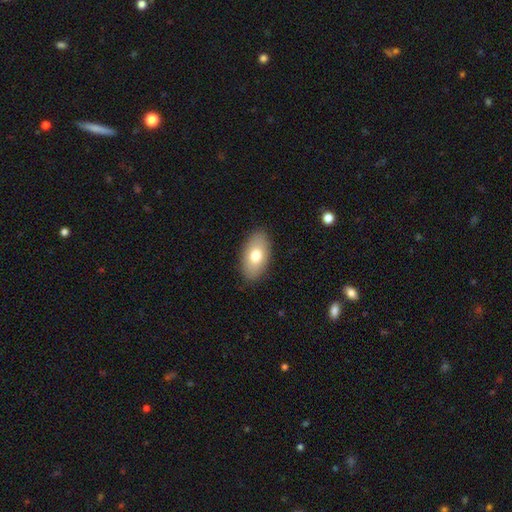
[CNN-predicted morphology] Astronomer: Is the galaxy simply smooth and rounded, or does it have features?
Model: smooth — 74%.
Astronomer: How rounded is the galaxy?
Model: in between — 93%.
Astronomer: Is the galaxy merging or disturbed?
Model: none — 88%.